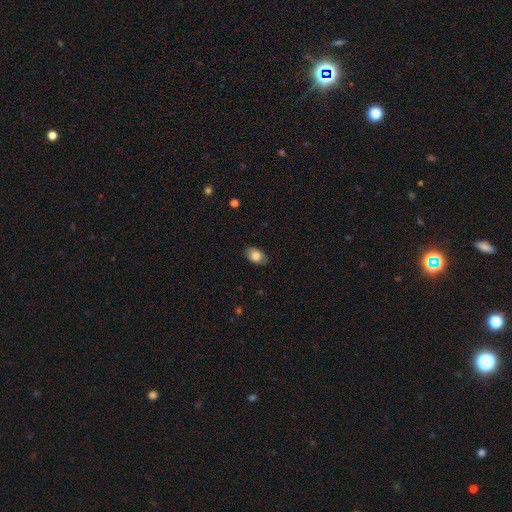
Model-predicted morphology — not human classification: A smooth galaxy with no disk features (83%) that is in between round and cigar-shaped (87%).

Vote fractions:
- Smooth or featured? smooth: 83% / featured or disk: 9% / star or artifact: 8%
- How rounded? in between: 87% / round: 12% / cigar-shaped: 1%
- Merging? none: 85% / minor disturbance: 12% / major disturbance: 2% / merger: 1%